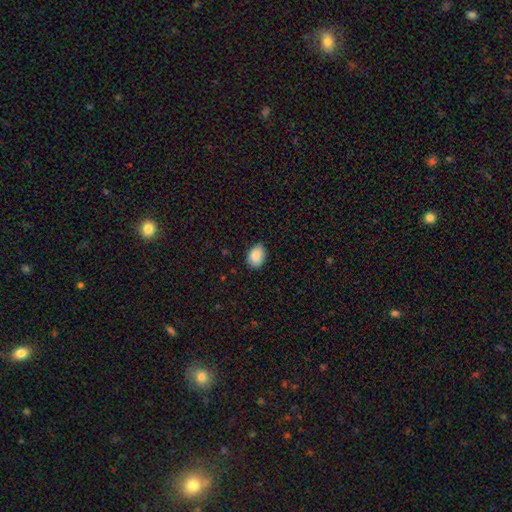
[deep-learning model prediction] smooth_or_featured: smooth (p=0.88) [alt: star or artifact p=0.07]
how_rounded: in between (p=0.73) [alt: round p=0.26]
merging: none (p=0.76) [alt: minor disturbance p=0.20]